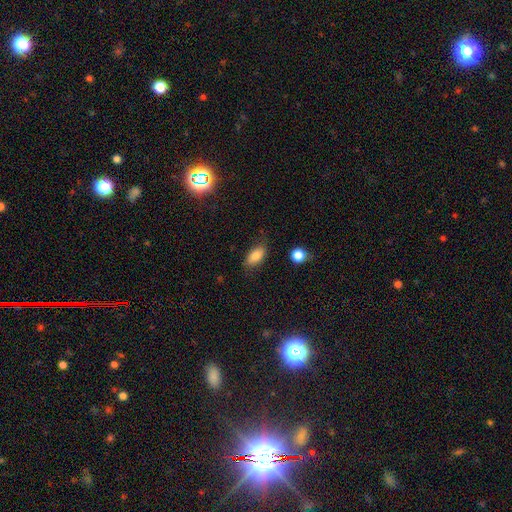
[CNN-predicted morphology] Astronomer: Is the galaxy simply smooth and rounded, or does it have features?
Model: smooth — 82%.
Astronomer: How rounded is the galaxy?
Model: in between — 89%.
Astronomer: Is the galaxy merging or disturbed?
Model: none — 76%.